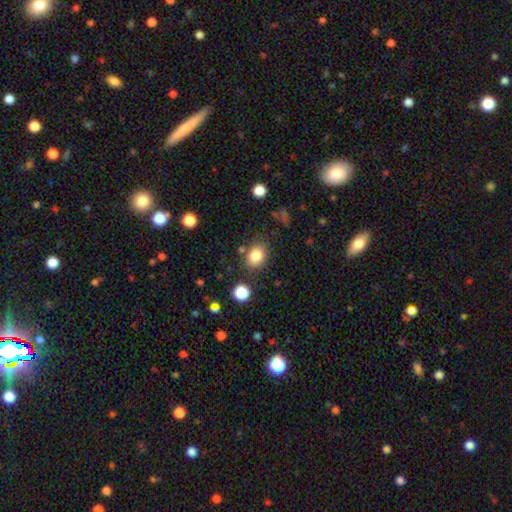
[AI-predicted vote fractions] smooth_or_featured: smooth (p=0.82) [alt: star or artifact p=0.11]
how_rounded: in between (p=0.53) [alt: round p=0.46]
merging: none (p=0.78) [alt: minor disturbance p=0.13]